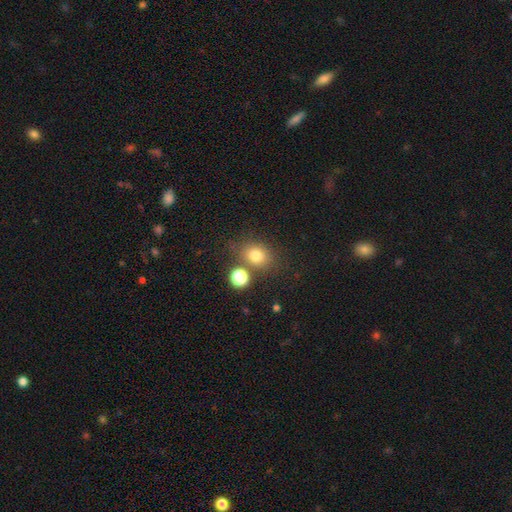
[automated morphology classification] This appears to be a smooth galaxy with no disk features (77%) that is round (61%). Merging: none (72%).